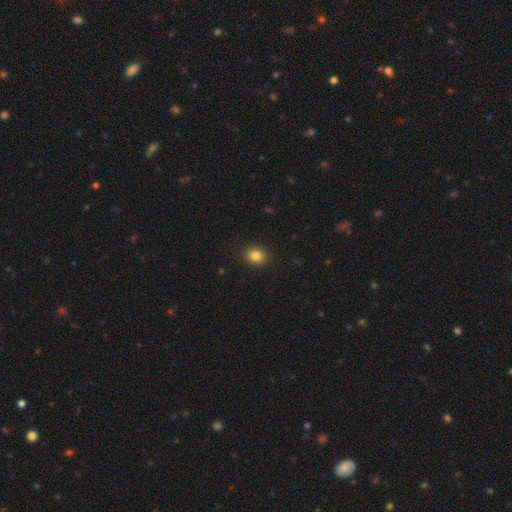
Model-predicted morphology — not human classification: smooth_or_featured: smooth (p=0.84) [alt: star or artifact p=0.11]
how_rounded: round (p=0.61) [alt: in between p=0.38]
merging: none (p=0.90) [alt: minor disturbance p=0.07]